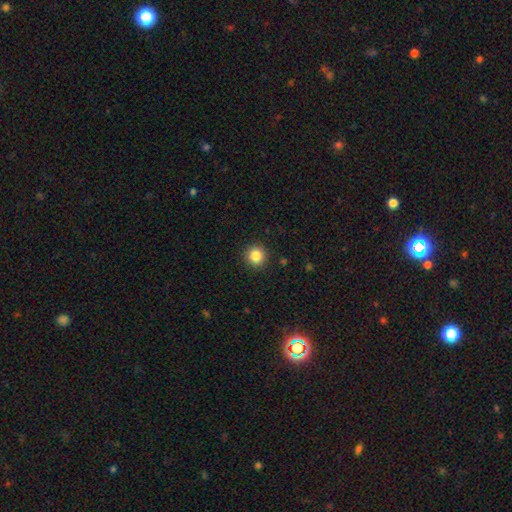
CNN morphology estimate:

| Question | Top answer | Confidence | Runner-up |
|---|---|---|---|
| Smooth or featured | smooth | 85% | star or artifact (11%) |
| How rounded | round | 95% | in between (4%) |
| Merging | none | 92% | minor disturbance (5%) |